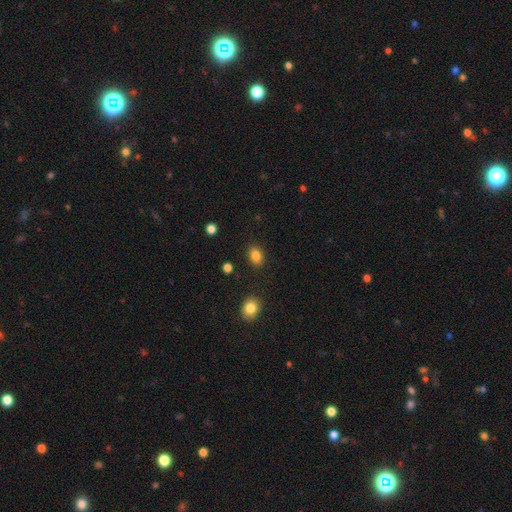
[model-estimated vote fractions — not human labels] Smooth or featured?
  - smooth: 84% *
  - star or artifact: 10%
  - featured or disk: 6%
How rounded?
  - in between: 65% *
  - round: 34%
  - cigar-shaped: 1%
Merging?
  - none: 88% *
  - minor disturbance: 8%
  - major disturbance: 2%
  - merger: 2%